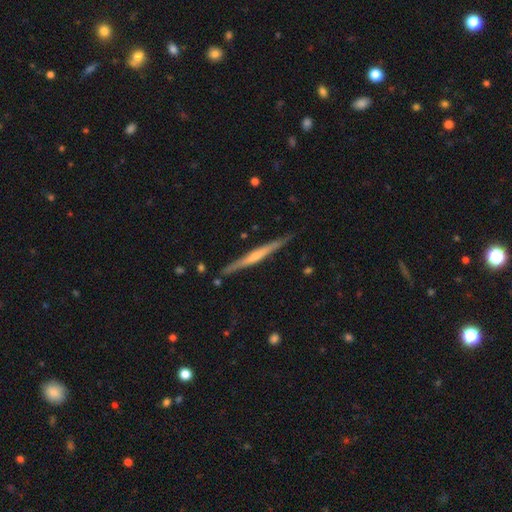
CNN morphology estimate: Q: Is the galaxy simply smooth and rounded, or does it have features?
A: featured or disk — 69%.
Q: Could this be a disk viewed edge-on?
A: yes — 98%.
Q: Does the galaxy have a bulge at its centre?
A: rounded — 50%.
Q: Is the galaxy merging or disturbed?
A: none — 86%.